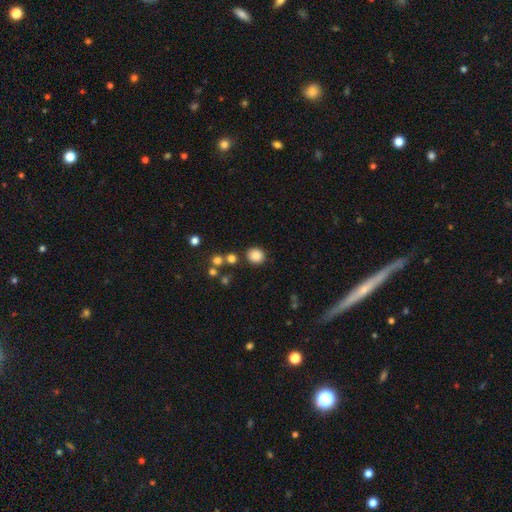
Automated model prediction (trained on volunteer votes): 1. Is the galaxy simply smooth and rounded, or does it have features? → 85% smooth, 11% star or artifact, 5% featured or disk.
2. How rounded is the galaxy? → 86% round, 13% in between, 1% cigar-shaped.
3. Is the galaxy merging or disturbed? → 85% none, 7% minor disturbance, 5% merger, 3% major disturbance.